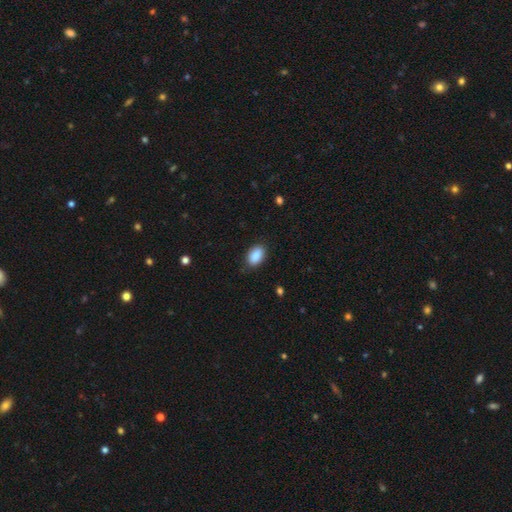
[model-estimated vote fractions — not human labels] This appears to be a smooth galaxy with no disk features (89%) that is in between round and cigar-shaped (92%). Merging: none (86%).